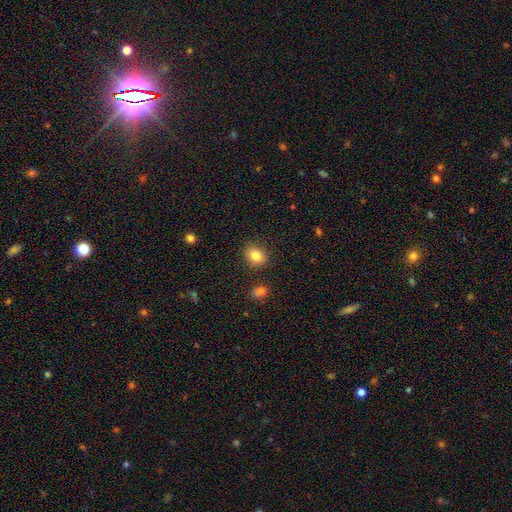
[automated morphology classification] smooth_or_featured: smooth (p=0.83) [alt: star or artifact p=0.10]
how_rounded: in between (p=0.53) [alt: round p=0.46]
merging: none (p=0.85) [alt: minor disturbance p=0.10]